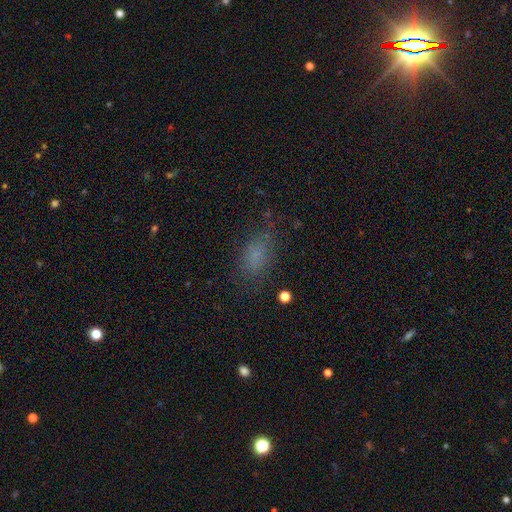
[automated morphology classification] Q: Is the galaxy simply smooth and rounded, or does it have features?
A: smooth — 75%.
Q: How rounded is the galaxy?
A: in between — 85%.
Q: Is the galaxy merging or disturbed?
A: none — 72%.